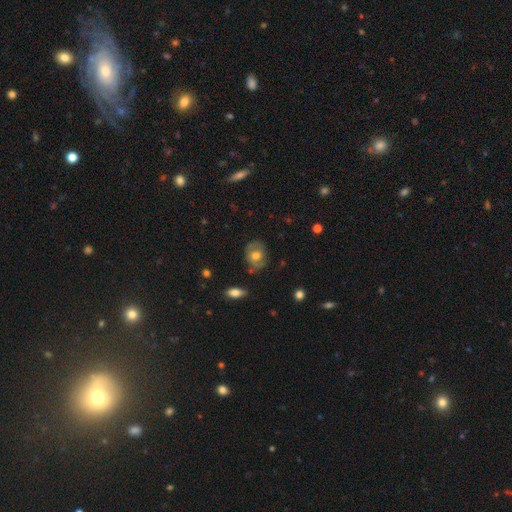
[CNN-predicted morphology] A smooth galaxy with no disk features (48%).

Vote fractions:
- Smooth or featured? smooth: 48% / featured or disk: 44% / star or artifact: 8%
- Merging? none: 73% / minor disturbance: 18% / major disturbance: 7% / merger: 3%